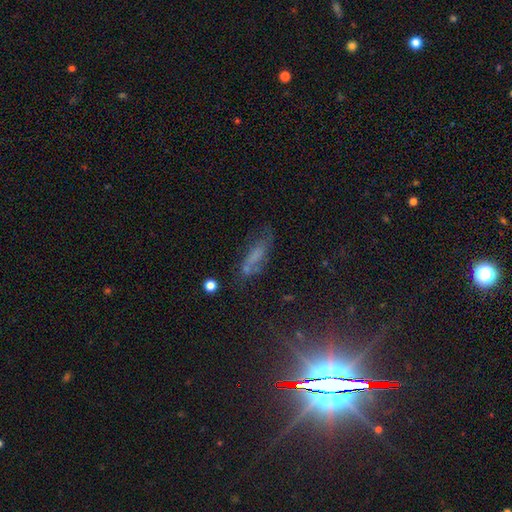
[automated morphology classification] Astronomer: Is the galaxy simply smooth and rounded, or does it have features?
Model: smooth — 53% (runner-up: featured or disk, 29%).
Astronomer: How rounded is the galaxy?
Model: cigar-shaped — 48%, tied with in between at 48%.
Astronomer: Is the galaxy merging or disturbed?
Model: none — 52%.